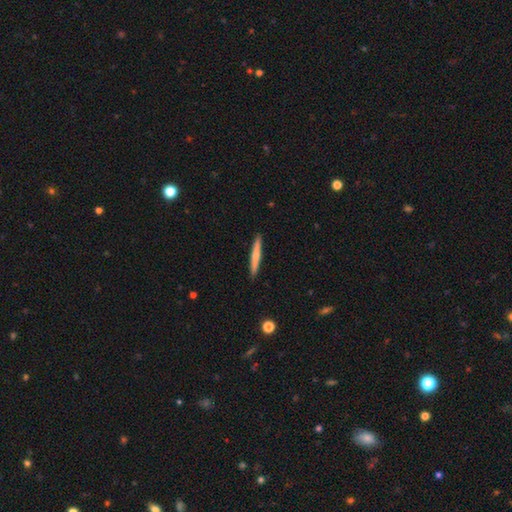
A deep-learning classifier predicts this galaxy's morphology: The model was most divided on "smooth or featured": smooth: 60%, featured or disk: 35%, star or artifact: 5%. More confident: how rounded — cigar-shaped (96%); merging — none (92%).